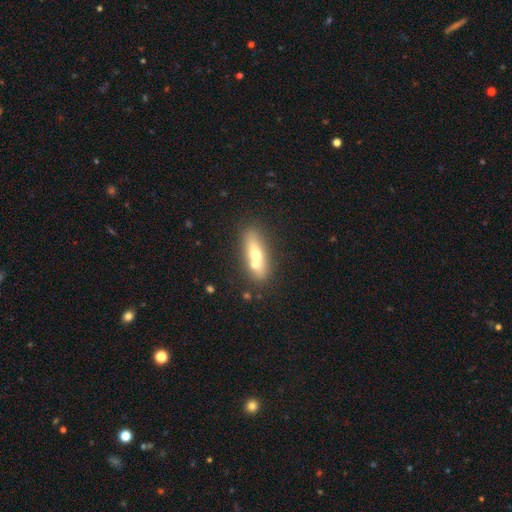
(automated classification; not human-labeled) Smooth or featured: smooth — 49% (featured or disk — 42%)
Merging: none — 55% (merger — 29%)